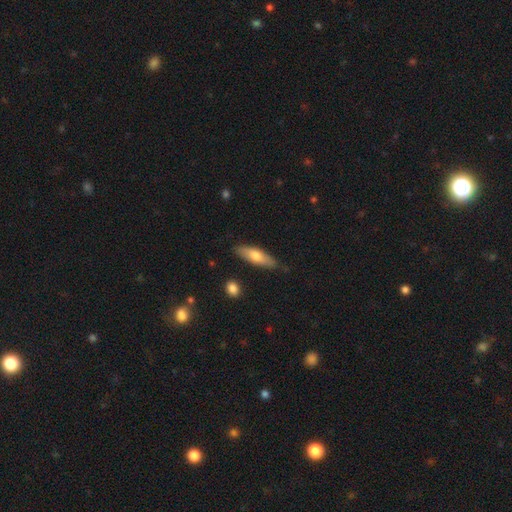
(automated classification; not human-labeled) This appears to be a smooth galaxy with no disk features (67%) that is cigar-shaped (57%). Merging: none (80%).